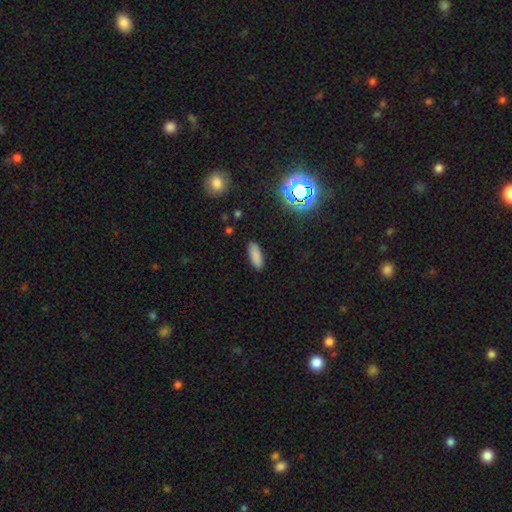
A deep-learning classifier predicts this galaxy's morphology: Smooth or featured? Predicted: smooth (p=0.82). How rounded? Predicted: in between (p=0.69). Merging? Predicted: none (p=0.88).